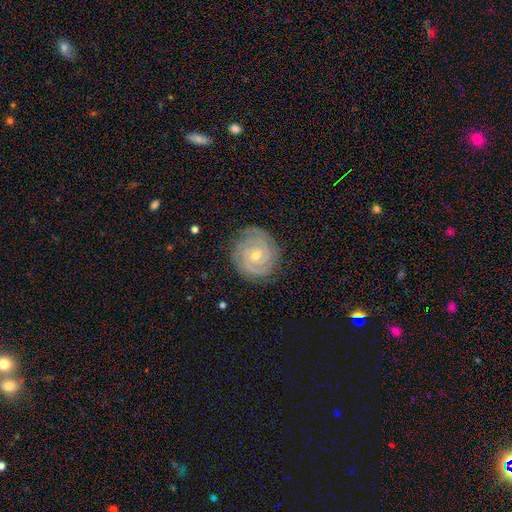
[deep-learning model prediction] A featured or disk galaxy (85%) with no bar (67%), 2 (42%) tight (81%) spiral arms (97%) and a small central bulge (55%).

Vote fractions:
- Smooth or featured? featured or disk: 85% / smooth: 8% / star or artifact: 6%
- Edge-on disk? no: 97% / yes: 3%
- Bar? no: 67% / weak: 26% / strong: 7%
- Spiral arms? yes: 97% / no: 3%
- Spiral winding? tight: 81% / medium: 16% / loose: 3%
- Spiral arm count? 2: 42% / 3: 21% / can't tell: 21% / 4: 7% / 1: 5% / more than 4: 5%
- Bulge size? small: 55% / moderate: 42% / large: 1% / none: 1% / dominant: 1%
- Merging? none: 82% / minor disturbance: 13% / major disturbance: 4% / merger: 1%